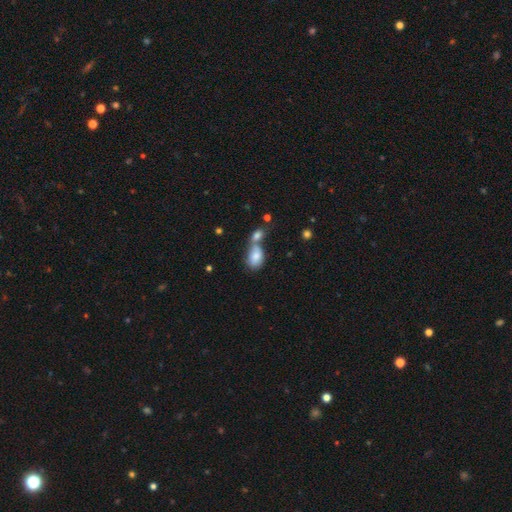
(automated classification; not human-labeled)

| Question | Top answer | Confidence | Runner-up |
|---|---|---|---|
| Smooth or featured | smooth | 81% | featured or disk (11%) |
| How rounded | in between | 87% | round (11%) |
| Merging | merger | 58% | none (25%) |